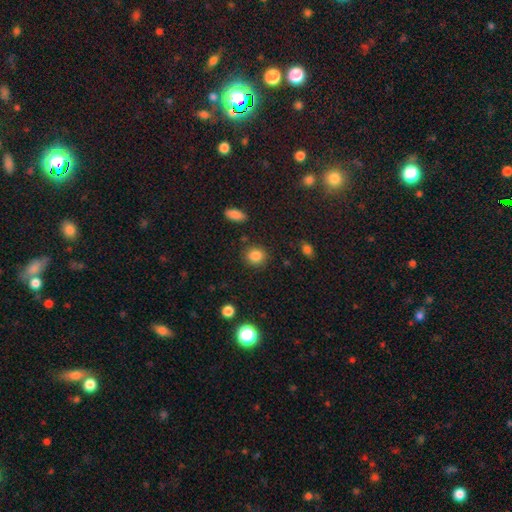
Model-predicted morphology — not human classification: This is clearly a smooth galaxy (85%). How rounded: clearly round (81%). Merging: clearly none (87%).